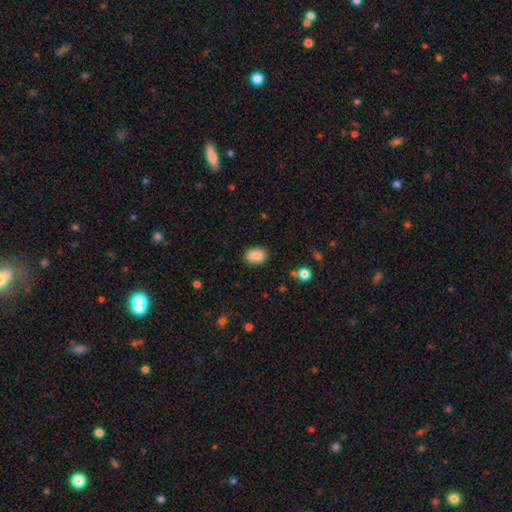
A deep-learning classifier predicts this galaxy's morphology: smooth_or_featured: smooth (p=0.87) [alt: star or artifact p=0.08]
how_rounded: in between (p=0.85) [alt: round p=0.14]
merging: none (p=0.86) [alt: minor disturbance p=0.10]